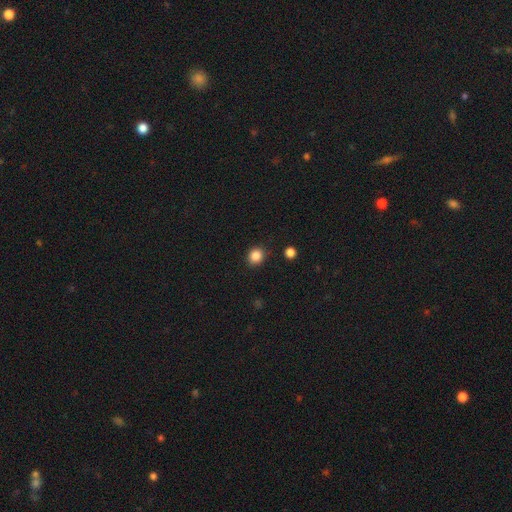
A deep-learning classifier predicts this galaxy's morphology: This appears to be a smooth galaxy with no disk features (86%) that is round (78%). Merging: none (88%).